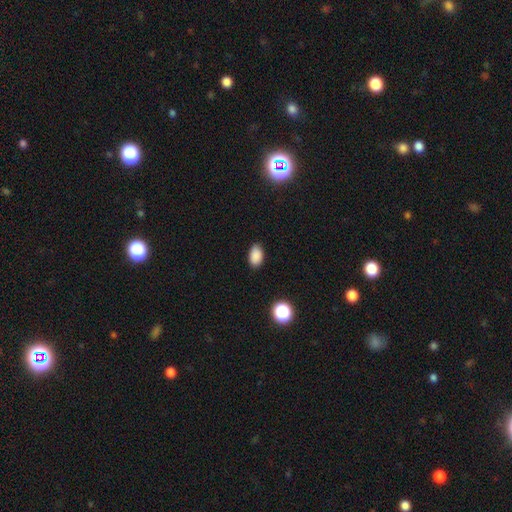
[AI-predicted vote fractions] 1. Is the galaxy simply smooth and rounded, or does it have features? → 87% smooth, 10% star or artifact, 3% featured or disk.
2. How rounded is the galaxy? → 89% in between, 9% round, 1% cigar-shaped.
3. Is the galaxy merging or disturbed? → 84% none, 13% minor disturbance, 2% major disturbance, 1% merger.